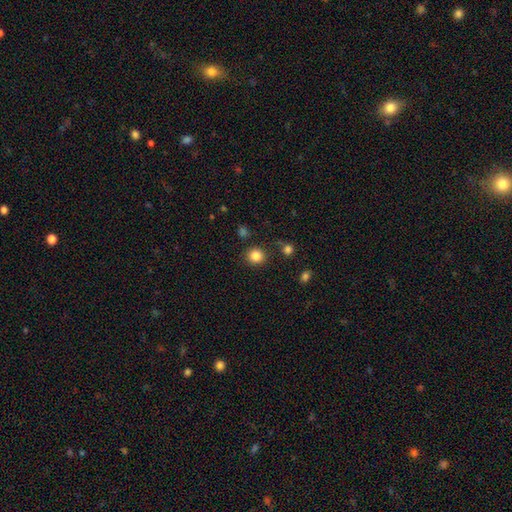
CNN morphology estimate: type=smooth (85%); roundness=round (87%); merging=none (86%).